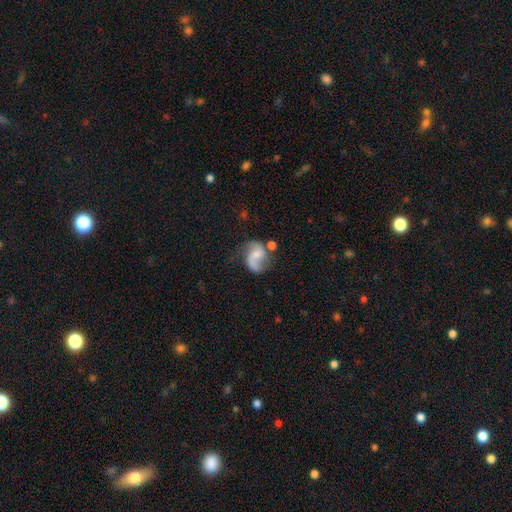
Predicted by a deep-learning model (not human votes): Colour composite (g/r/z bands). It shows a featured or disk galaxy (71%) with no bar (54%), 2 (81%) loose (51%) spiral arms (92%) and a small central bulge (37%). Merging: none (48%).